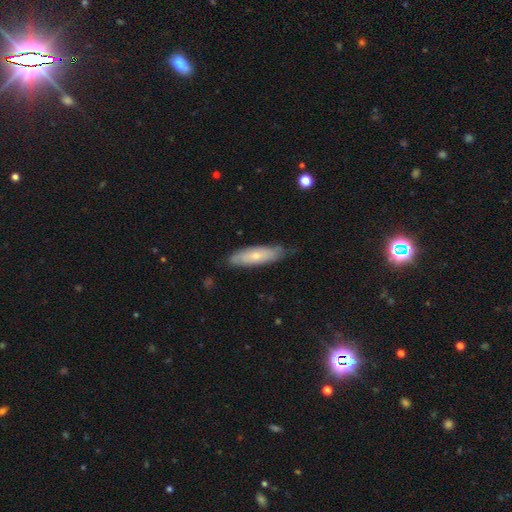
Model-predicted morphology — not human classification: Overall: smooth (60%; featured or disk 34%). How rounded: cigar-shaped (62%; in between 36%). Merging: none (75%).